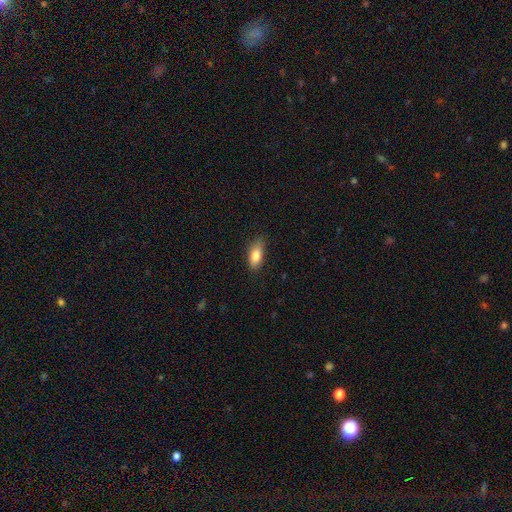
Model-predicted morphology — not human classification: Smooth or featured: smooth — 82% (featured or disk — 11%)
How rounded: in between — 83% (cigar-shaped — 14%)
Merging: none — 78% (minor disturbance — 18%)